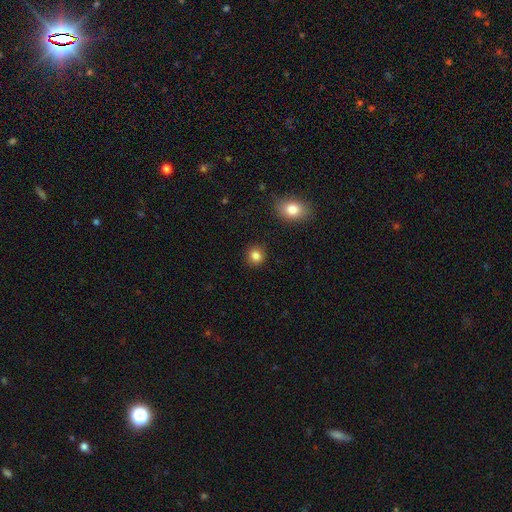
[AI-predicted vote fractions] Q: Smooth or featured?
A: smooth (85%); runner-up: star or artifact (11%)
Q: How rounded?
A: round (87%); runner-up: in between (12%)
Q: Merging?
A: none (90%); runner-up: minor disturbance (6%)